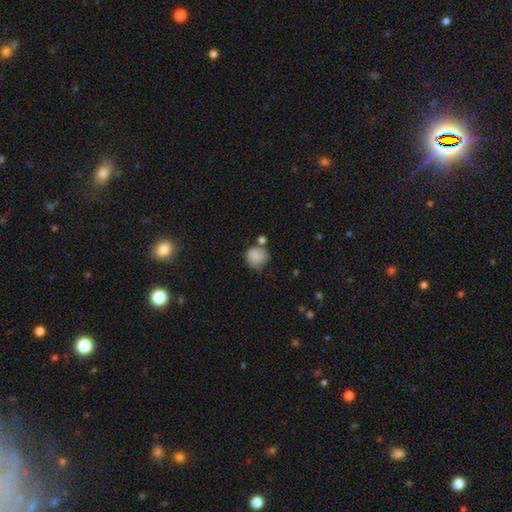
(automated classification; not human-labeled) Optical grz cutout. It shows a smooth galaxy with no disk features (86%) that is round (86%). Merging: none (59%).